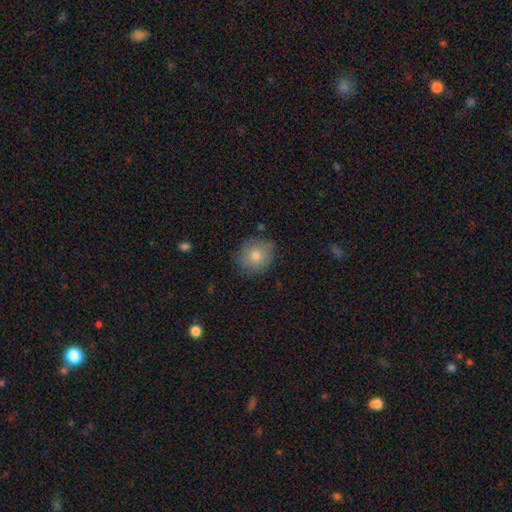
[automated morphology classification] Smooth or featured? Predicted: smooth (p=0.76). How rounded? Predicted: round (p=0.81). Merging? Predicted: none (p=0.84).